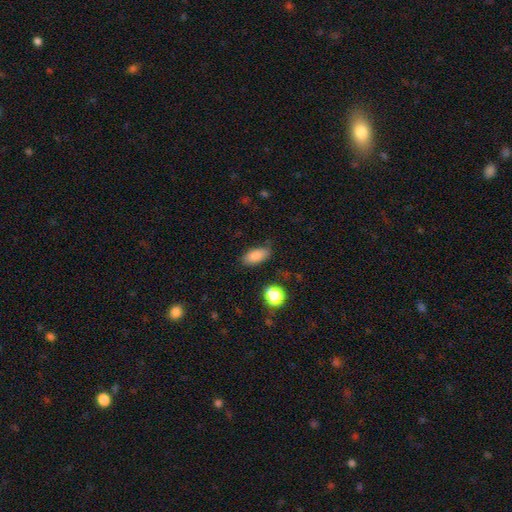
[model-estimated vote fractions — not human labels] smooth 84%, star or artifact 10%, featured or disk 6%. Down the decision tree: how rounded — in between (88%); merging — none (78%).